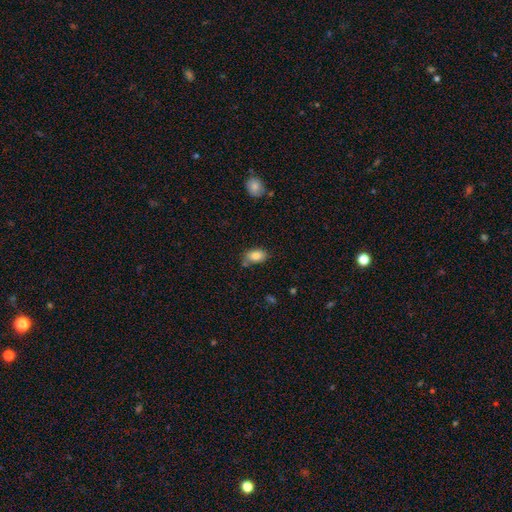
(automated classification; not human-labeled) The model was most divided on "merging": none: 73%, minor disturbance: 17%, merger: 6%, major disturbance: 3%. More confident: how rounded — in between (89%); smooth or featured — smooth (84%).